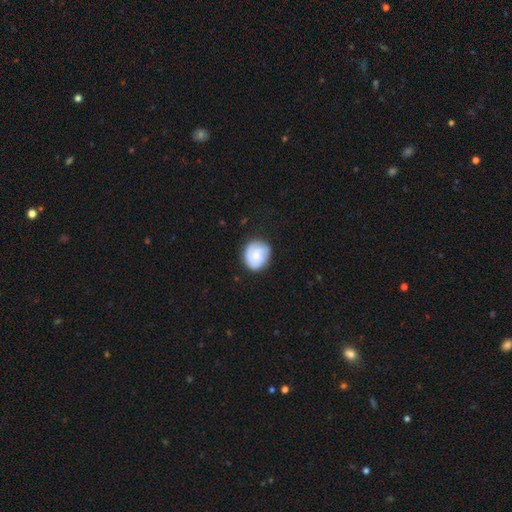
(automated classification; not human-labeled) A smooth galaxy with no disk features (50%) that is round (77%).

Vote fractions:
- Smooth or featured? smooth: 50% / featured or disk: 43% / star or artifact: 7%
- How rounded? round: 77% / in between: 23% / cigar-shaped: 1%
- Merging? none: 77% / minor disturbance: 17% / major disturbance: 5% / merger: 1%